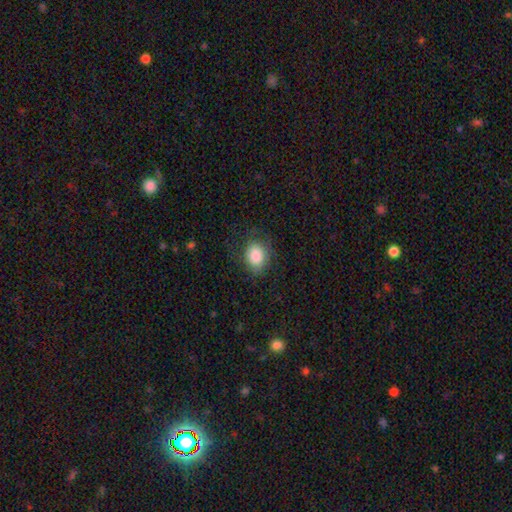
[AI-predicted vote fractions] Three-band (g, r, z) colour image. It shows a smooth galaxy with no disk features (82%) that is in between round and cigar-shaped (62%). Merging: none (70%).